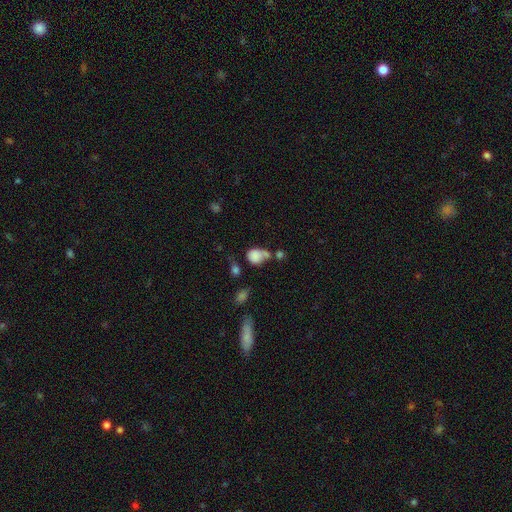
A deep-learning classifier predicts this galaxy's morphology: Smooth or featured? Predicted: smooth (p=0.79). How rounded? Predicted: round (p=0.56). Merging? Predicted: merger (p=0.33).